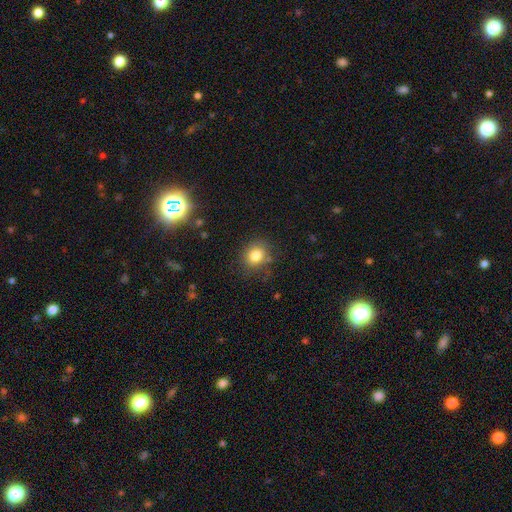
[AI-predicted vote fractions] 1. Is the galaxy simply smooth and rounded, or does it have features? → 81% smooth, 11% star or artifact, 8% featured or disk.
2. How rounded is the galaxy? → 66% round, 33% in between, 1% cigar-shaped.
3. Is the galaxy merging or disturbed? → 76% none, 16% minor disturbance, 5% major disturbance, 3% merger.